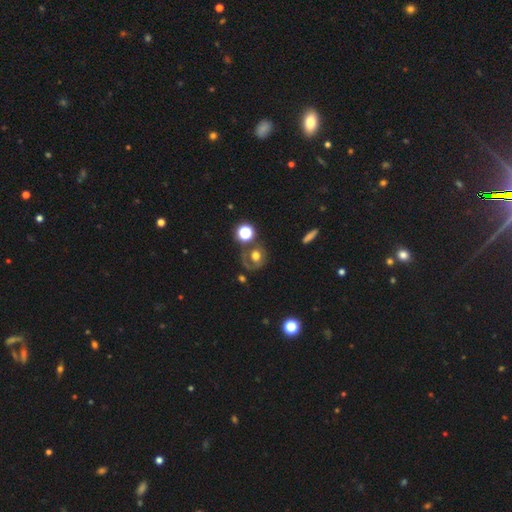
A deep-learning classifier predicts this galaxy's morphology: smooth-or-featured: smooth: 47% | featured or disk: 38% | star or artifact: 15%
  merging: none: 53% | minor disturbance: 17% | major disturbance: 16% | merger: 14%